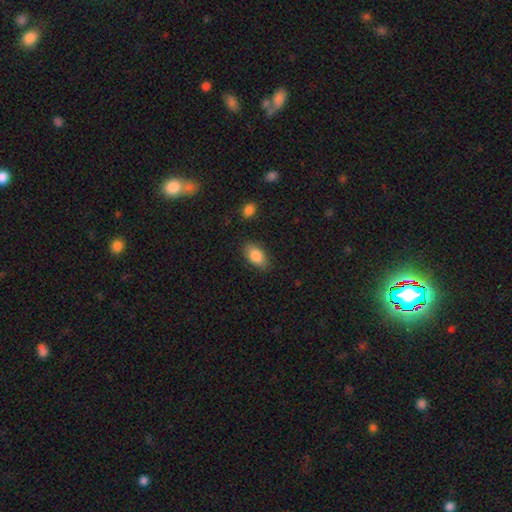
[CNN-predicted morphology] smooth-or-featured: smooth: 85% | featured or disk: 8% | star or artifact: 7%
  how-rounded: in between: 91% | round: 7% | cigar-shaped: 3%
  merging: none: 81% | minor disturbance: 14% | major disturbance: 3% | merger: 2%